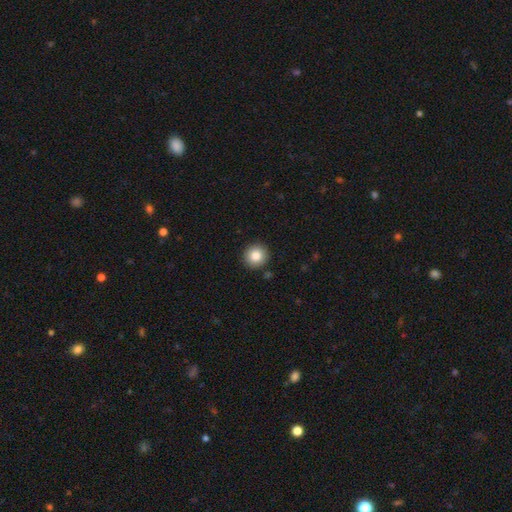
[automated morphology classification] This appears to be a smooth galaxy with no disk features (85%) that is round (94%). Merging: none (91%).